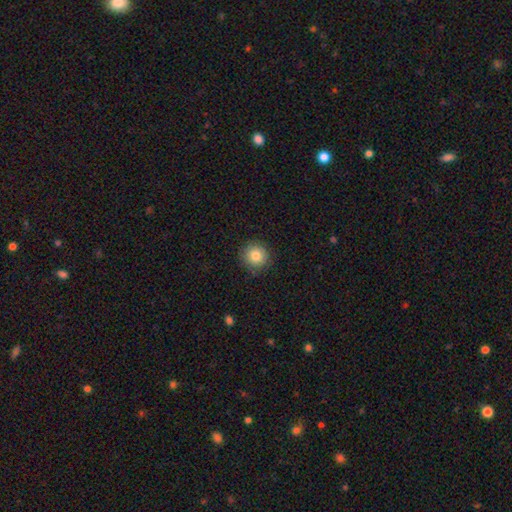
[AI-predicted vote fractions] Smooth or featured?
  - smooth: 81% *
  - star or artifact: 10%
  - featured or disk: 9%
How rounded?
  - round: 94% *
  - in between: 5%
  - cigar-shaped: 1%
Merging?
  - none: 88% *
  - minor disturbance: 9%
  - major disturbance: 2%
  - merger: 1%